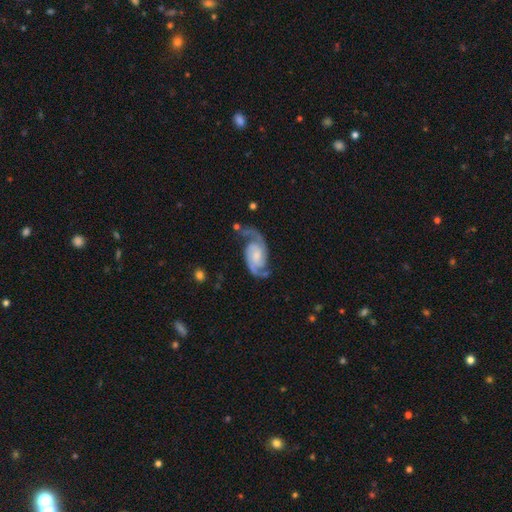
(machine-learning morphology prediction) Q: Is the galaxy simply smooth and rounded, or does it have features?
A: featured or disk — 91%.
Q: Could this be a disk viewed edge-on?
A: no — 98%.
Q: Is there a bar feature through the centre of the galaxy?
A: no — 52%.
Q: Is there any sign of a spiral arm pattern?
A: yes — 98%.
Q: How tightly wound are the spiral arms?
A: medium — 52%.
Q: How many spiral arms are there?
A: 2 — 93%.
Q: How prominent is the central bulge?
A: small — 39%.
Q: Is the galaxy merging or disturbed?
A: none — 68%.